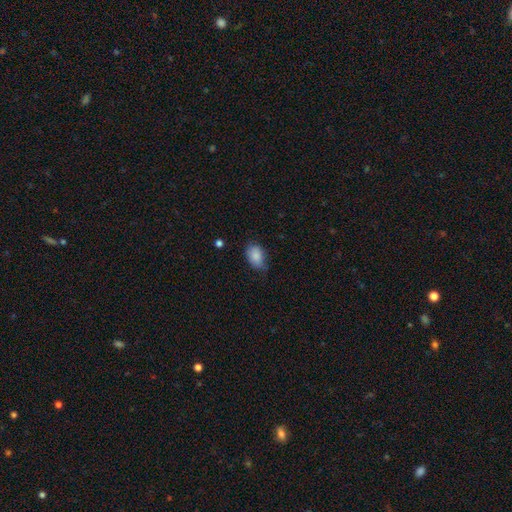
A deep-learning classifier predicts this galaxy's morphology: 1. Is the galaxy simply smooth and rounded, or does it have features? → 86% smooth, 7% star or artifact, 6% featured or disk.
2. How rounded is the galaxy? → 85% in between, 13% round, 1% cigar-shaped.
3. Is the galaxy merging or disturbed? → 67% none, 27% minor disturbance, 5% major disturbance, 1% merger.